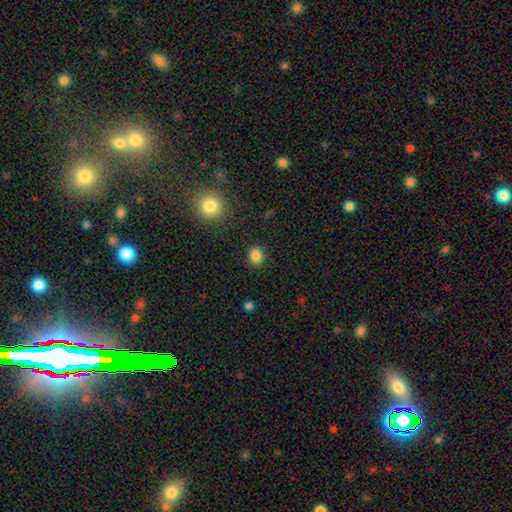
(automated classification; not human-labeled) smooth 85%, star or artifact 11%, featured or disk 4%. Down the decision tree: how rounded — round (51%); merging — none (88%).